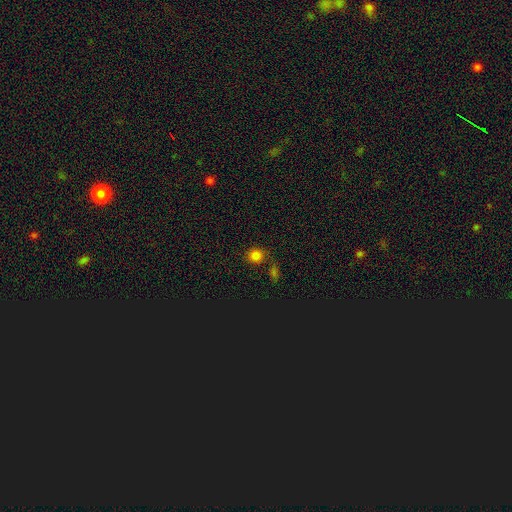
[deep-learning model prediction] Smooth or featured?
  - smooth: 75% *
  - star or artifact: 19%
  - featured or disk: 6%
How rounded?
  - round: 80% *
  - in between: 19%
  - cigar-shaped: 1%
Merging?
  - none: 73% *
  - merger: 13%
  - minor disturbance: 11%
  - major disturbance: 4%